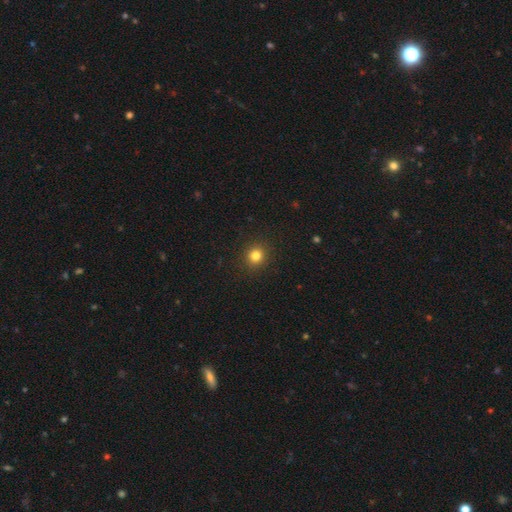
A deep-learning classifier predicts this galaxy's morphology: smooth-or-featured: smooth: 82% | star or artifact: 13% | featured or disk: 5%
  how-rounded: round: 87% | in between: 12% | cigar-shaped: 1%
  merging: none: 92% | minor disturbance: 6% | major disturbance: 2% | merger: 1%